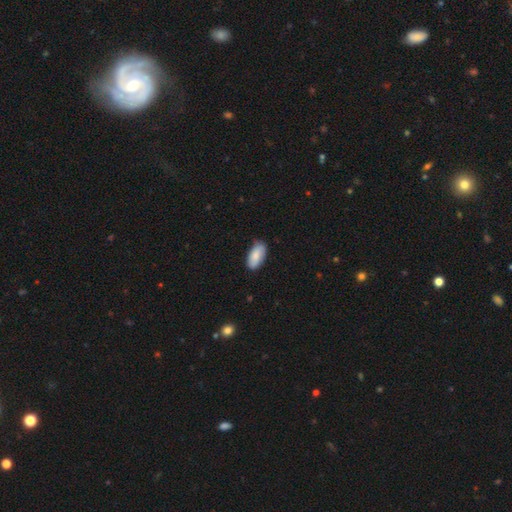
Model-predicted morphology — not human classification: A smooth galaxy with no disk features (82%) that is in between round and cigar-shaped (93%).

Vote fractions:
- Smooth or featured? smooth: 82% / featured or disk: 12% / star or artifact: 6%
- How rounded? in between: 93% / cigar-shaped: 5% / round: 2%
- Merging? none: 79% / minor disturbance: 18% / major disturbance: 2% / merger: 1%